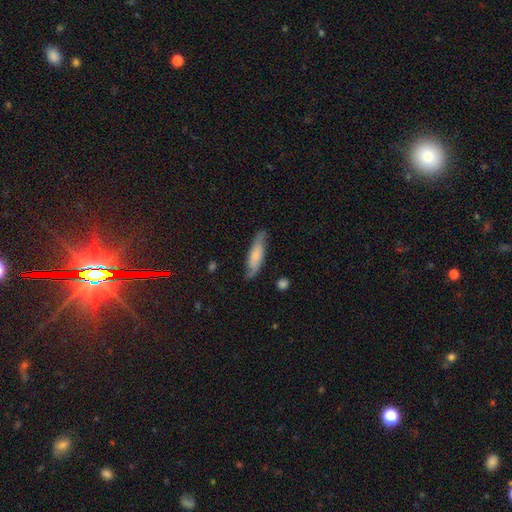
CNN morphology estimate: smooth 55%, featured or disk 39%, star or artifact 7%. Down the decision tree: how rounded — cigar-shaped (63%); merging — none (75%).